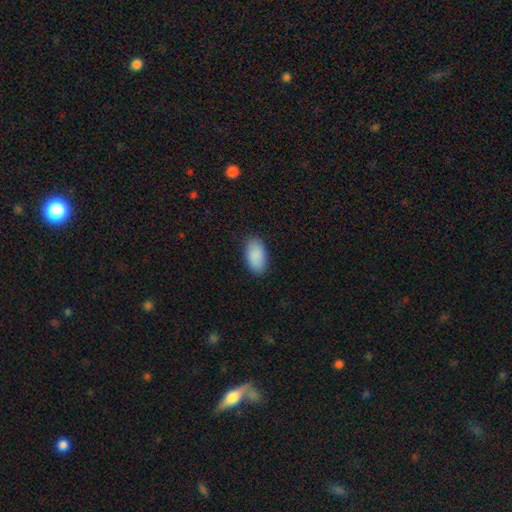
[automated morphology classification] Overall: smooth (90%). How rounded: in between (95%). Merging: none (86%).